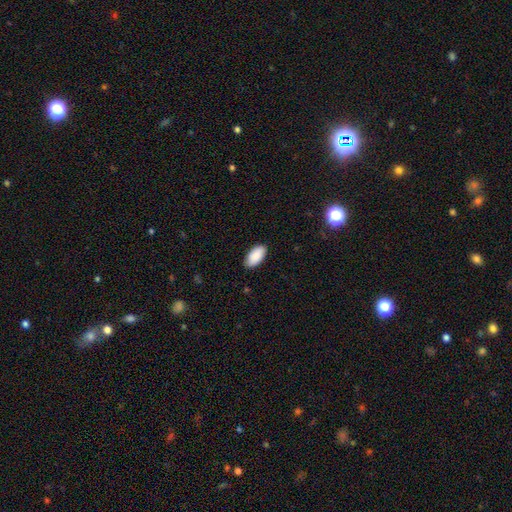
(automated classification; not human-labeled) Smooth or featured?
  - smooth: 89% *
  - star or artifact: 6%
  - featured or disk: 5%
How rounded?
  - in between: 95% *
  - cigar-shaped: 3%
  - round: 2%
Merging?
  - none: 86% *
  - minor disturbance: 11%
  - major disturbance: 2%
  - merger: 1%